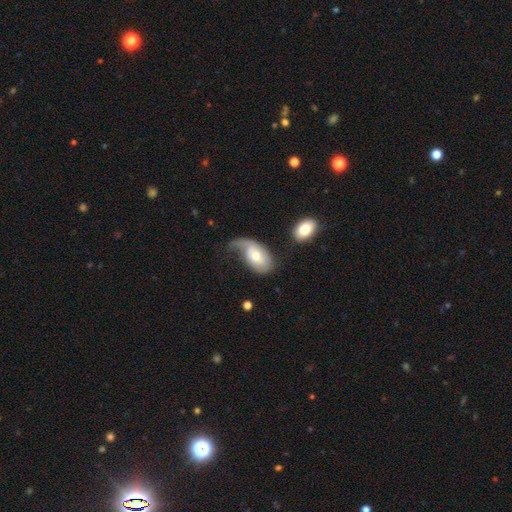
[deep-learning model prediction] The model was most divided on "smooth or featured" (2-way tie): featured or disk: 47%, smooth: 47%, star or artifact: 6%. Remaining: merging — major disturbance (43%).